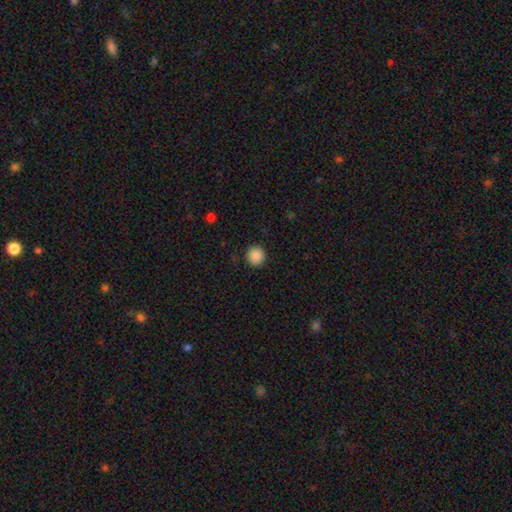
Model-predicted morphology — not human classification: Smooth or featured: smooth — 88% (star or artifact — 9%)
How rounded: round — 92% (in between — 7%)
Merging: none — 91% (minor disturbance — 6%)